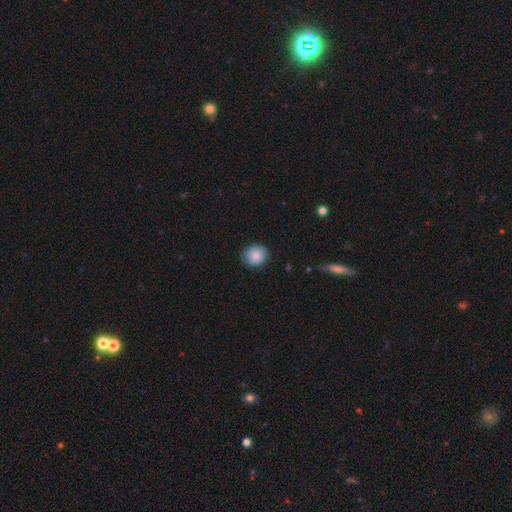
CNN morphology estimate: Smooth or featured?
  - smooth: 78% *
  - featured or disk: 14%
  - star or artifact: 8%
How rounded?
  - round: 75% *
  - in between: 24%
  - cigar-shaped: 1%
Merging?
  - none: 74% *
  - minor disturbance: 21%
  - major disturbance: 4%
  - merger: 1%